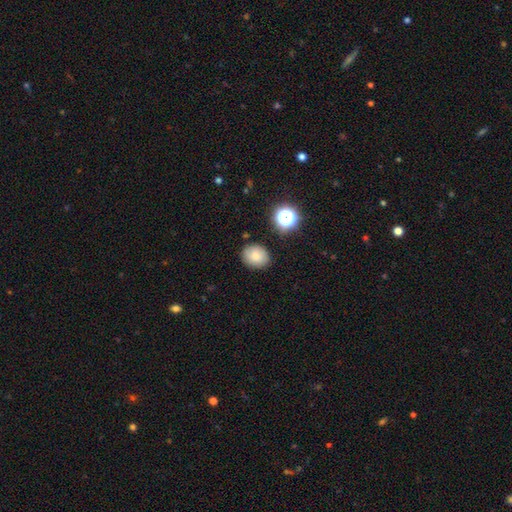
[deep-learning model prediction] Morphology: type=smooth (79%); roundness=round (59%); merging=none (83%).